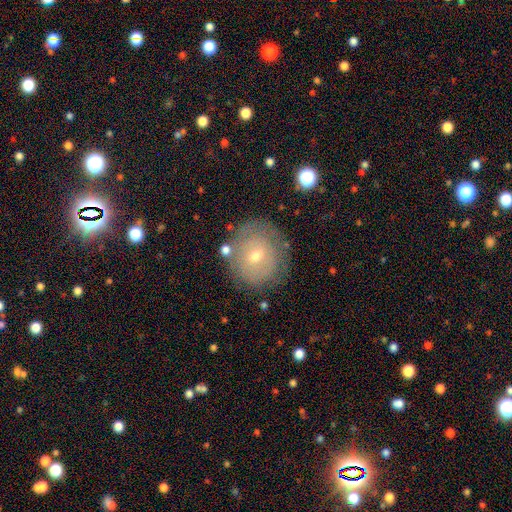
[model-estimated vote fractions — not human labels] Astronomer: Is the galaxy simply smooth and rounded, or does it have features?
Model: featured or disk — 46% (runner-up: smooth, 44%).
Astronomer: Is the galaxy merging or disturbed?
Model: none — 78%.